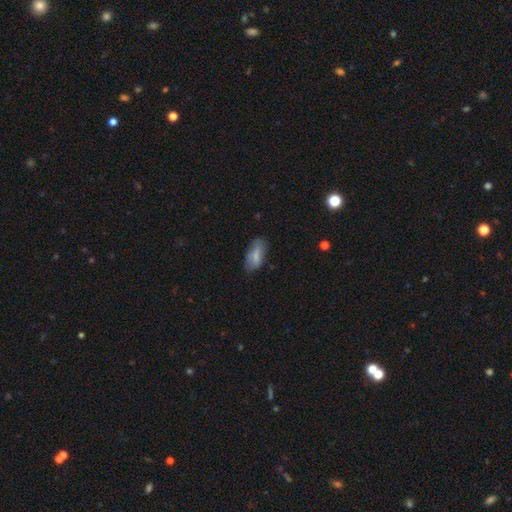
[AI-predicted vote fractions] Q: Smooth or featured?
A: smooth (74%); runner-up: featured or disk (18%)
Q: How rounded?
A: in between (85%); runner-up: cigar-shaped (13%)
Q: Merging?
A: none (68%); runner-up: minor disturbance (24%)